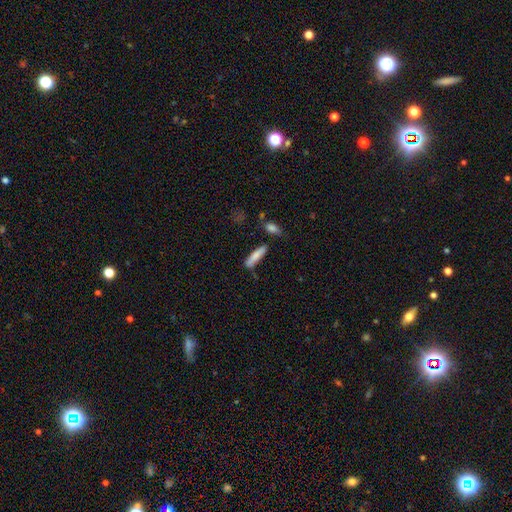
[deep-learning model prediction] smooth-or-featured: smooth: 78% | featured or disk: 15% | star or artifact: 6%
  how-rounded: cigar-shaped: 79% | in between: 19% | round: 2%
  merging: none: 73% | minor disturbance: 17% | merger: 6% | major disturbance: 4%